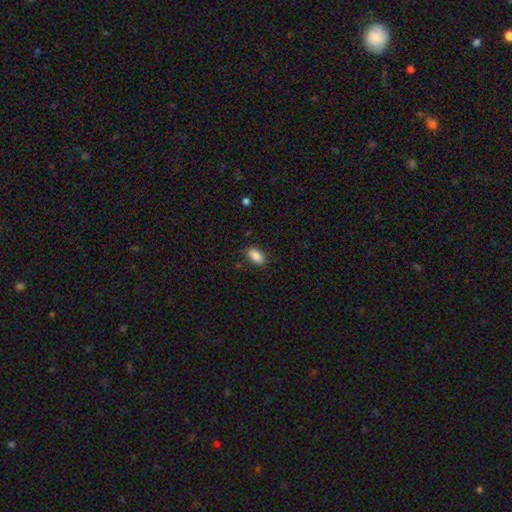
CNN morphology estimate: Smooth or featured?
  - smooth: 88% *
  - star or artifact: 8%
  - featured or disk: 4%
How rounded?
  - in between: 92% *
  - round: 5%
  - cigar-shaped: 3%
Merging?
  - none: 87% *
  - minor disturbance: 10%
  - major disturbance: 3%
  - merger: 1%